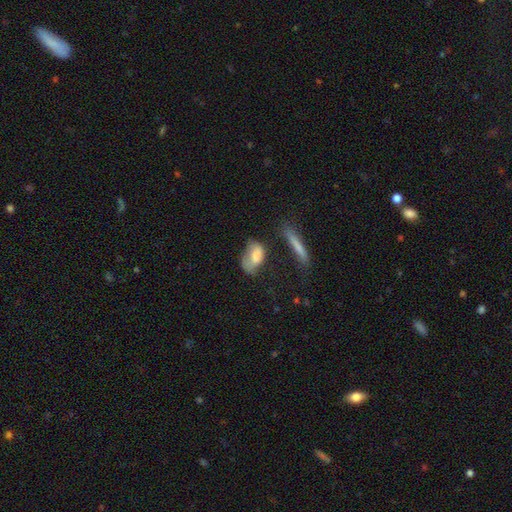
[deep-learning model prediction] The model was most divided on "merging": none: 33%, minor disturbance: 30%, major disturbance: 28%, merger: 9%. More confident: how rounded — in between (85%); smooth or featured — smooth (70%).